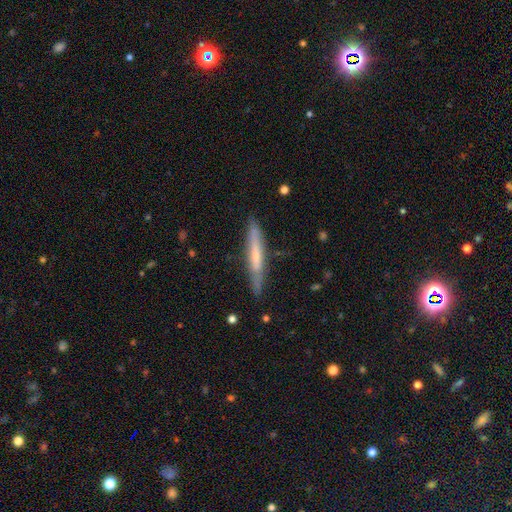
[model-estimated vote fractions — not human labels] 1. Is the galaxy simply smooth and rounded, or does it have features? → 51% featured or disk, 42% smooth, 6% star or artifact.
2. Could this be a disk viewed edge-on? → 89% yes, 11% no.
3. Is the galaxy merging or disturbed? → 82% none, 14% minor disturbance, 2% major disturbance, 2% merger.